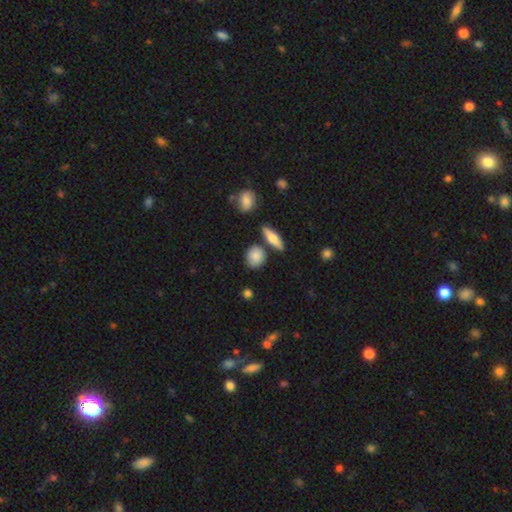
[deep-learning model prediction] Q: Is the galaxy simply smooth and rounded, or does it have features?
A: smooth — 82%.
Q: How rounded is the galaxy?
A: round — 59%.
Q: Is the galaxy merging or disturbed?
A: none — 74%.